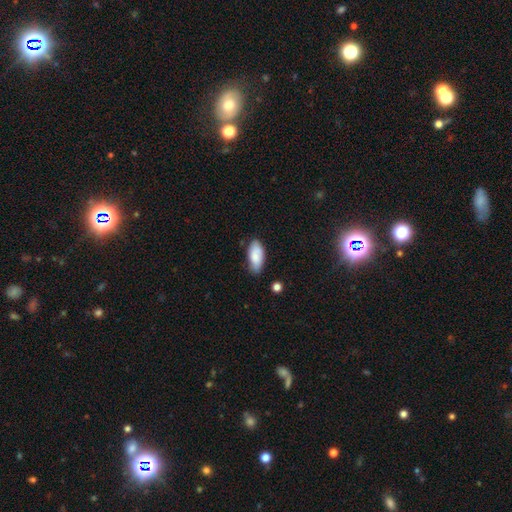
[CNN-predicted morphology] Smooth or featured: smooth — 81% (featured or disk — 13%)
How rounded: in between — 90% (cigar-shaped — 8%)
Merging: none — 72% (minor disturbance — 23%)